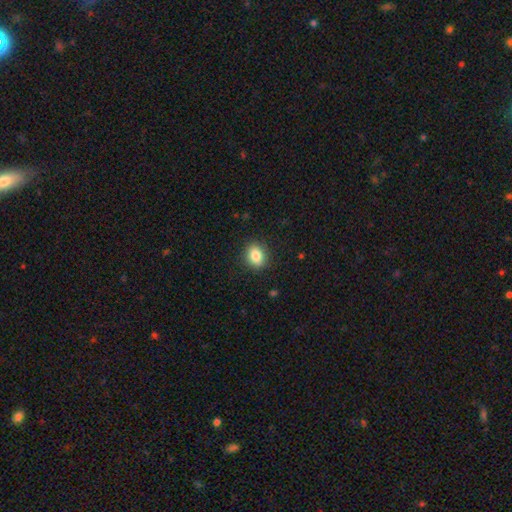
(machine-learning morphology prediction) Smooth or featured? smooth (85%)
How rounded? round (50%)
Merging? none (89%)